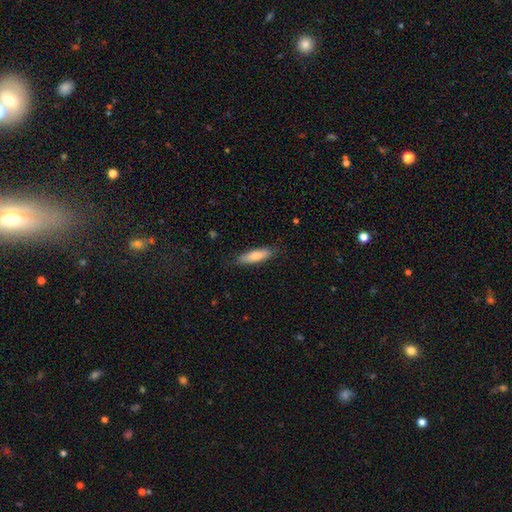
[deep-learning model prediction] smooth-or-featured: smooth: 71% | featured or disk: 23% | star or artifact: 6%
  how-rounded: cigar-shaped: 61% | in between: 37% | round: 2%
  merging: none: 84% | minor disturbance: 13% | major disturbance: 2% | merger: 1%